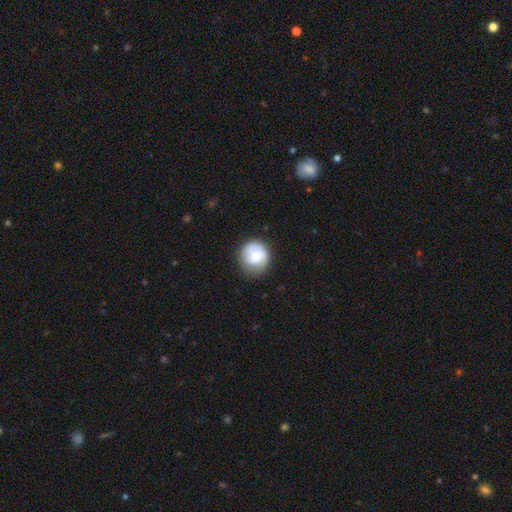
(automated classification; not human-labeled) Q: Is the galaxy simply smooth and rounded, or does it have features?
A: smooth — 55%.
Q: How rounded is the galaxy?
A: round — 88%.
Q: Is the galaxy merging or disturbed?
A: none — 75%.